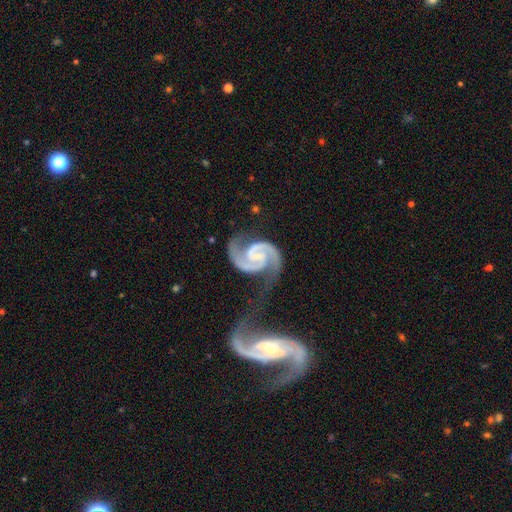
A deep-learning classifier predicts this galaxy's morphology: This appears to be a featured or disk galaxy (94%) with a weak bar (46%), 2 (94%) medium (59%) spiral arms (99%) and a small central bulge (42%). Merging: none (52%).